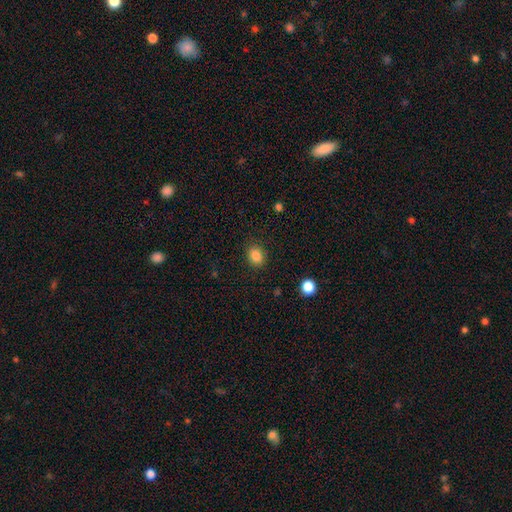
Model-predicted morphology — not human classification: Overall: smooth (85%). How rounded: in between (50%; round 49%). Merging: none (87%).